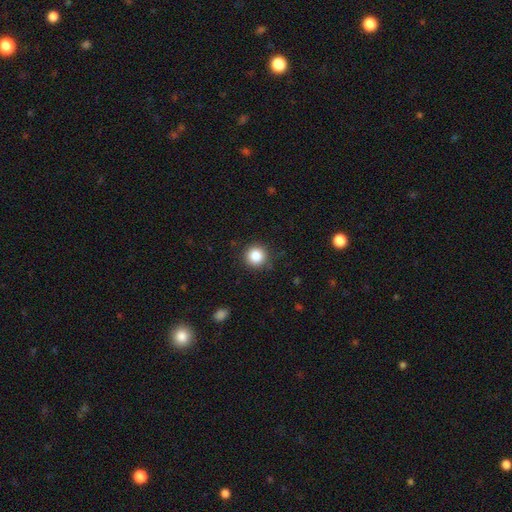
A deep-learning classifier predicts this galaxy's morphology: This is clearly a smooth galaxy (85%). How rounded: clearly round (94%). Merging: clearly none (88%).